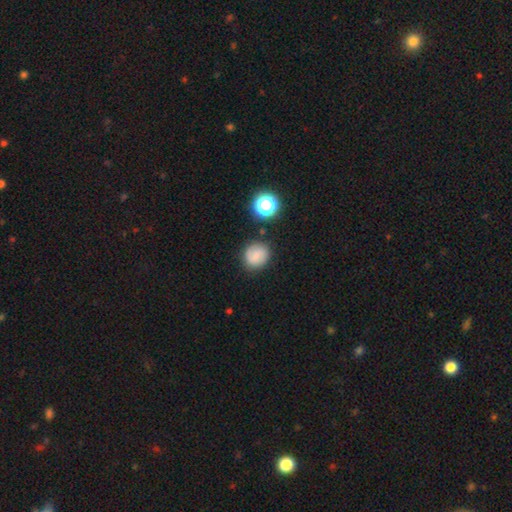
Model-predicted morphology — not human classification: A smooth galaxy with no disk features (66%) that is round (79%).

Vote fractions:
- Smooth or featured? smooth: 66% / featured or disk: 22% / star or artifact: 12%
- How rounded? round: 79% / in between: 20% / cigar-shaped: 1%
- Merging? none: 79% / minor disturbance: 13% / major disturbance: 4% / merger: 3%